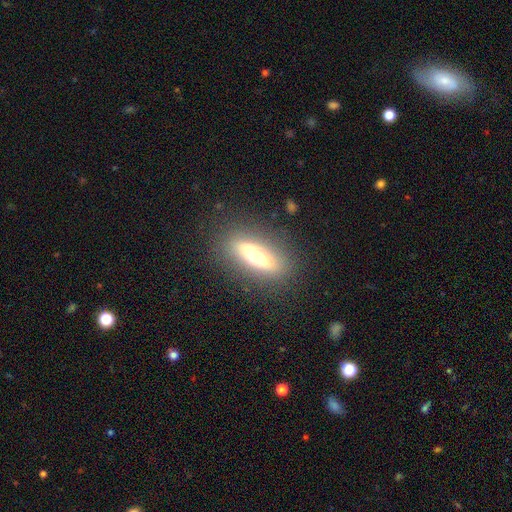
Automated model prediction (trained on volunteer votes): smooth_or_featured: smooth (p=0.56) [alt: featured or disk p=0.35]
how_rounded: in between (p=0.51) [alt: cigar-shaped p=0.45]
merging: none (p=0.85) [alt: minor disturbance p=0.10]